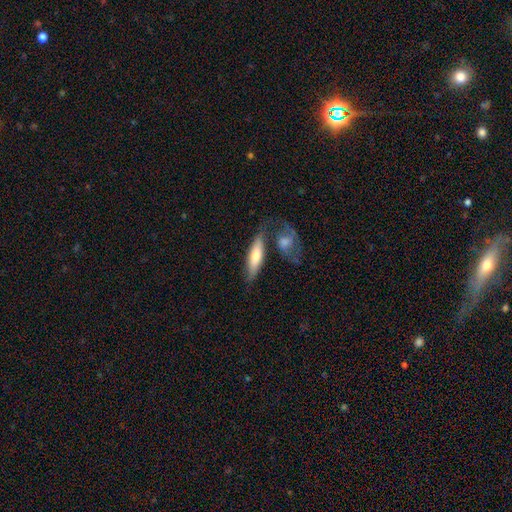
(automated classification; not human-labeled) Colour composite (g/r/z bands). It shows a smooth galaxy with no disk features (61%) that is cigar-shaped (60%). Merging: none (59%).